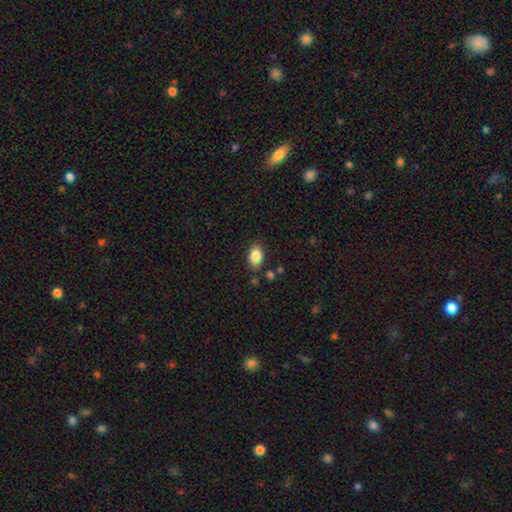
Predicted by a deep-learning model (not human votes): A smooth galaxy with no disk features (86%) that is in between round and cigar-shaped (89%).

Vote fractions:
- Smooth or featured? smooth: 86% / star or artifact: 8% / featured or disk: 6%
- How rounded? in between: 89% / round: 10% / cigar-shaped: 1%
- Merging? none: 83% / minor disturbance: 11% / merger: 3% / major disturbance: 3%